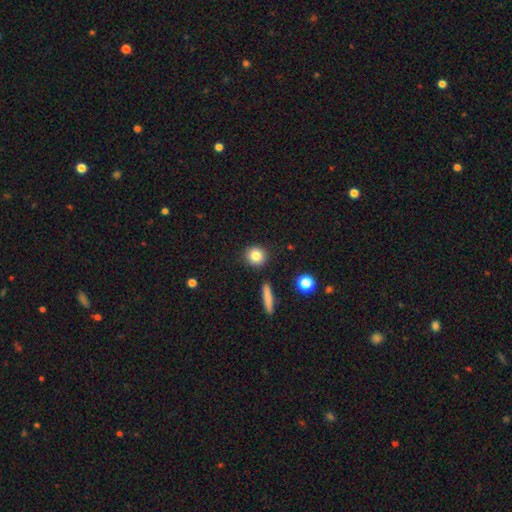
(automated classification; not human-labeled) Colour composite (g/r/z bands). It shows a smooth galaxy with no disk features (83%) that is round (89%). Merging: none (89%).